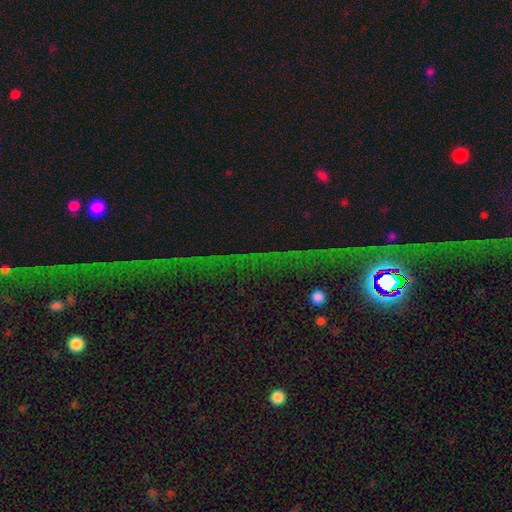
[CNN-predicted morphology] type=star or artifact (71%).